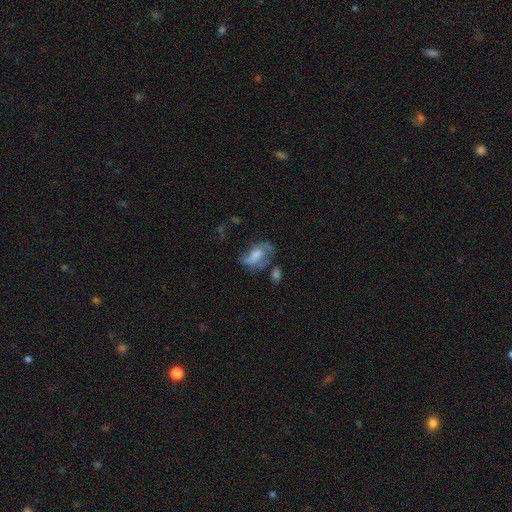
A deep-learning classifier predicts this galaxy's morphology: Smooth or featured: smooth — 48% (featured or disk — 42%)
Merging: major disturbance — 32% (none — 31%)